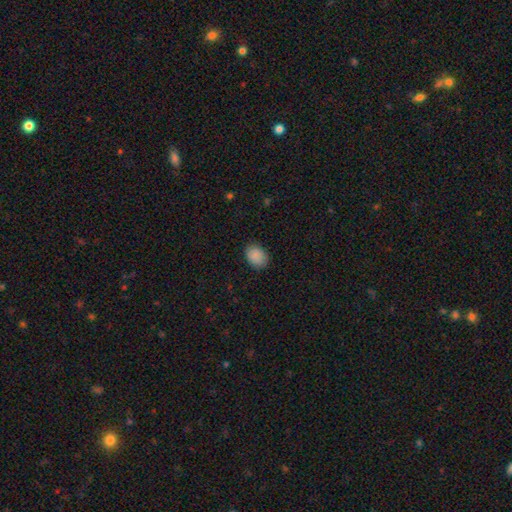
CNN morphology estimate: This is clearly a smooth galaxy (89%). How rounded: likely in between (68%). Merging: clearly none (83%).